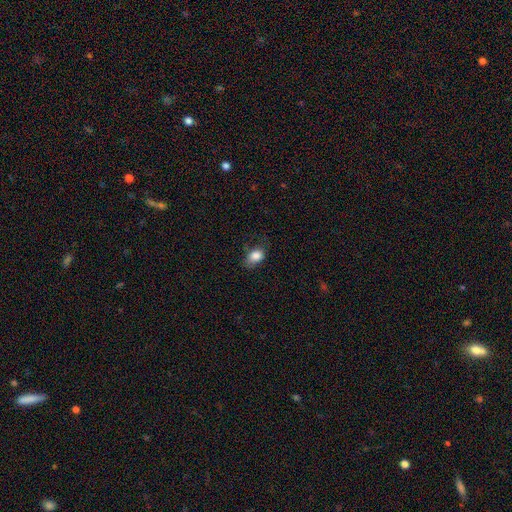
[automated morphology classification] Overall: smooth (84%). How rounded: in between (76%). Merging: none (59%; minor disturbance 29%).